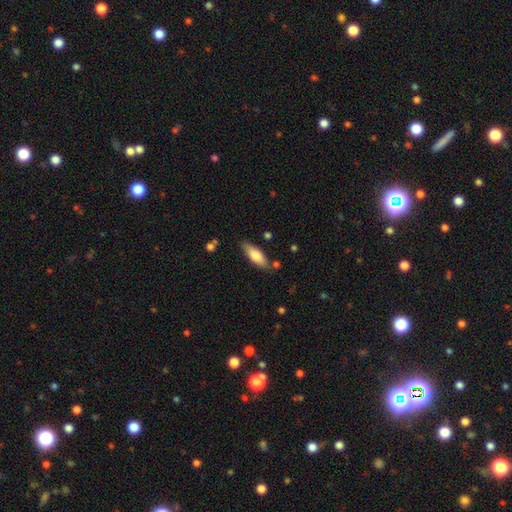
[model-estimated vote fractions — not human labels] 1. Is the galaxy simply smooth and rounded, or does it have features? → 73% smooth, 21% featured or disk, 6% star or artifact.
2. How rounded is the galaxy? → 61% in between, 37% cigar-shaped, 2% round.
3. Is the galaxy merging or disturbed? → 80% none, 14% minor disturbance, 4% merger, 3% major disturbance.